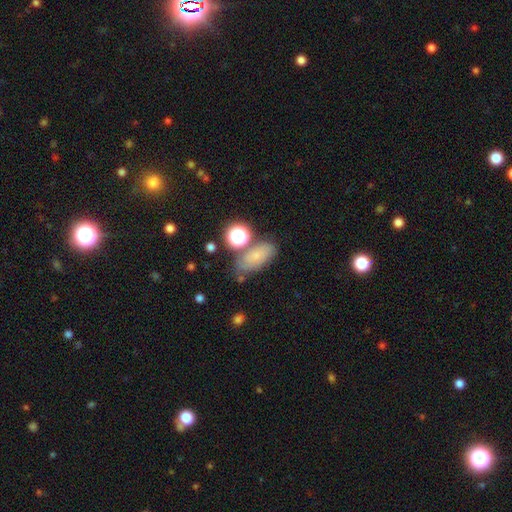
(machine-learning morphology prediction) A smooth galaxy with no disk features (63%) that is in between round and cigar-shaped (80%). Merging: none (58%).